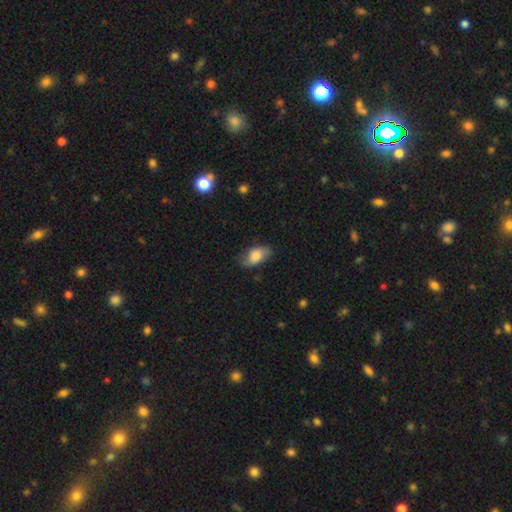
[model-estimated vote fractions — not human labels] This appears to be a smooth galaxy with no disk features (81%) that is in between round and cigar-shaped (91%). Merging: none (71%).